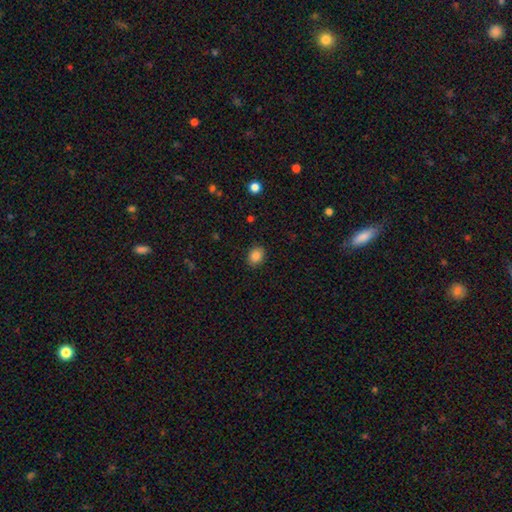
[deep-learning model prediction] smooth-or-featured: smooth: 86% | star or artifact: 10% | featured or disk: 4%
  how-rounded: in between: 54% | round: 45% | cigar-shaped: 1%
  merging: none: 88% | minor disturbance: 9% | major disturbance: 2% | merger: 1%